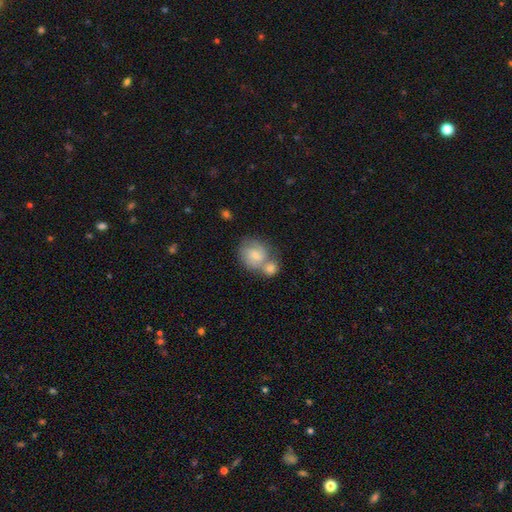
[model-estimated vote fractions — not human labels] Smooth or featured?
  - smooth: 57% *
  - featured or disk: 36%
  - star or artifact: 7%
How rounded?
  - round: 70% *
  - in between: 28%
  - cigar-shaped: 1%
Merging?
  - merger: 55% *
  - none: 29%
  - minor disturbance: 12%
  - major disturbance: 5%